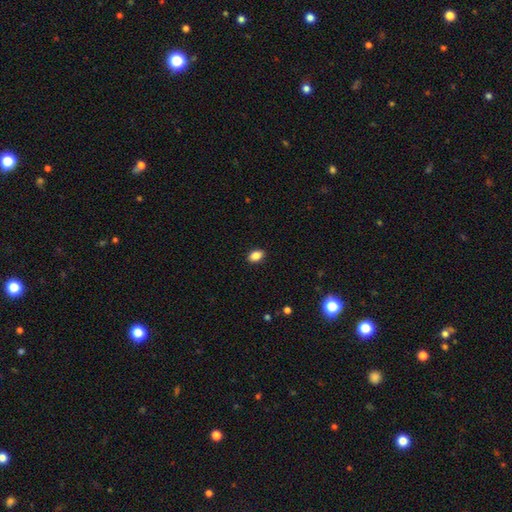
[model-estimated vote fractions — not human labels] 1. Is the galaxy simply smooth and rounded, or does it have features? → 86% smooth, 9% star or artifact, 5% featured or disk.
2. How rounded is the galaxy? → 84% in between, 14% round, 2% cigar-shaped.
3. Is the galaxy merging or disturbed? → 90% none, 8% minor disturbance, 2% major disturbance, 1% merger.